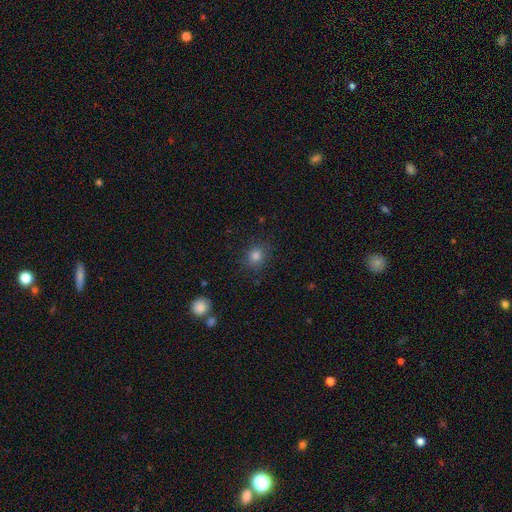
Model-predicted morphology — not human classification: Overall: smooth (82%). How rounded: round (80%). Merging: none (86%).